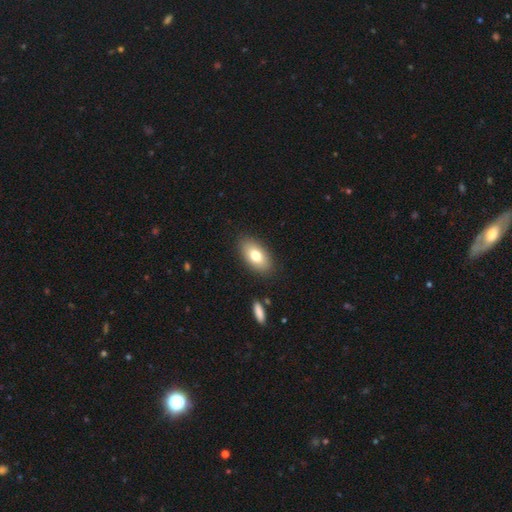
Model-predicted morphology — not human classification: type=smooth (76%); roundness=in between (92%); merging=none (87%).